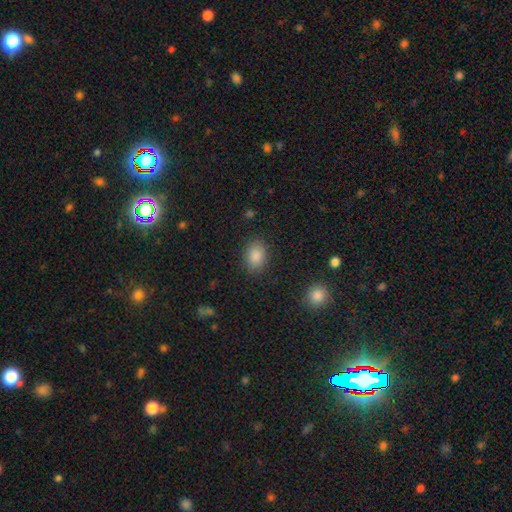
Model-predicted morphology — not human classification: Q: Smooth or featured?
A: smooth (86%); runner-up: star or artifact (9%)
Q: How rounded?
A: in between (75%); runner-up: round (24%)
Q: Merging?
A: none (87%); runner-up: minor disturbance (9%)